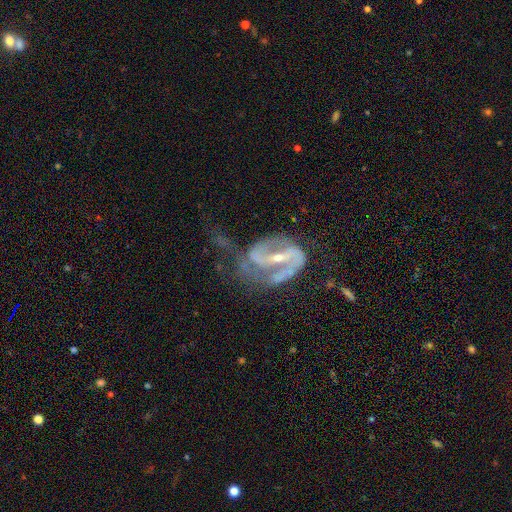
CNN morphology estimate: Smooth or featured: featured or disk — 89% (smooth — 6%)
Edge-on disk: no — 96% (yes — 4%)
Bar: strong — 66% (weak — 24%)
Spiral arms: yes — 91% (no — 9%)
Spiral winding: medium — 47% (loose — 30%)
Spiral arm count: 2 — 82% (can't tell — 7%)
Bulge size: small — 66% (moderate — 31%)
Merging: major disturbance — 40% (none — 31%)